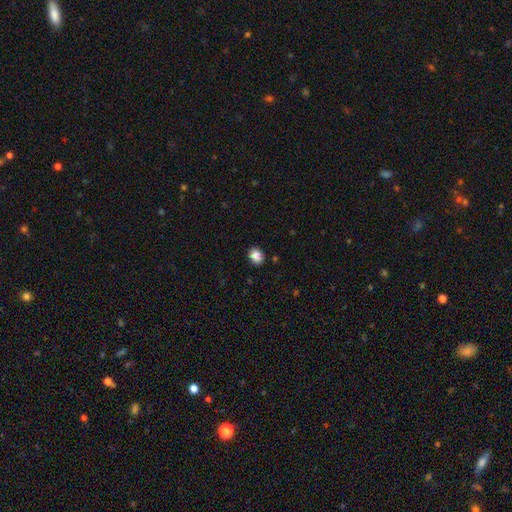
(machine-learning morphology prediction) A smooth galaxy with no disk features (87%) that is round (50%).

Vote fractions:
- Smooth or featured? smooth: 87% / star or artifact: 9% / featured or disk: 4%
- How rounded? round: 50% / in between: 49% / cigar-shaped: 1%
- Merging? none: 89% / minor disturbance: 8% / major disturbance: 2% / merger: 1%